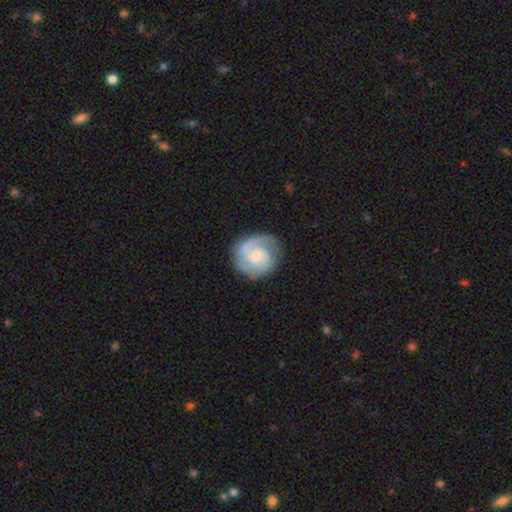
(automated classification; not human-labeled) Q: Smooth or featured?
A: featured or disk (76%); runner-up: smooth (19%)
Q: Edge-on disk?
A: no (98%); runner-up: yes (2%)
Q: Bar?
A: no (51%); runner-up: weak (43%)
Q: Spiral arms?
A: yes (95%); runner-up: no (5%)
Q: Spiral winding?
A: tight (46%); runner-up: medium (41%)
Q: Spiral arm count?
A: 2 (54%); runner-up: can't tell (15%)
Q: Bulge size?
A: small (57%); runner-up: moderate (28%)
Q: Merging?
A: none (76%); runner-up: minor disturbance (15%)